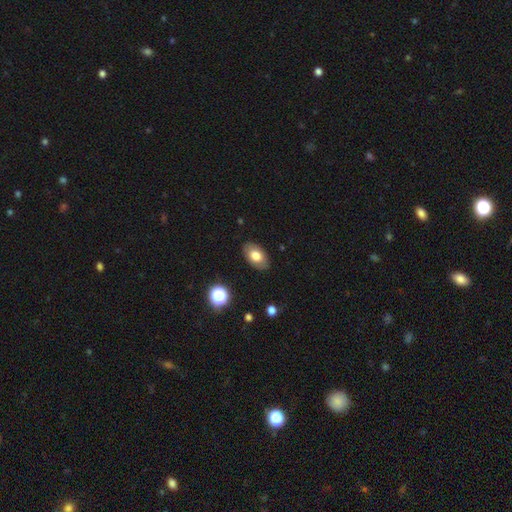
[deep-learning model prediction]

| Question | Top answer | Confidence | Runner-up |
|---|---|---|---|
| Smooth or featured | smooth | 75% | featured or disk (17%) |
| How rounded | in between | 90% | round (8%) |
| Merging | none | 86% | minor disturbance (10%) |